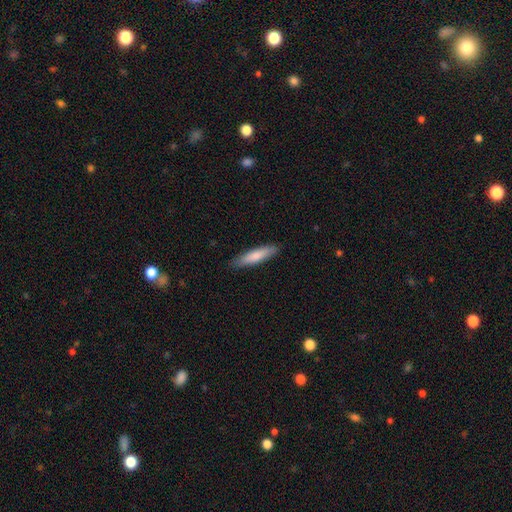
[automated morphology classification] Smooth or featured?
  - smooth: 78% *
  - featured or disk: 17%
  - star or artifact: 5%
How rounded?
  - cigar-shaped: 79% *
  - in between: 20%
  - round: 1%
Merging?
  - none: 87% *
  - minor disturbance: 10%
  - major disturbance: 2%
  - merger: 1%